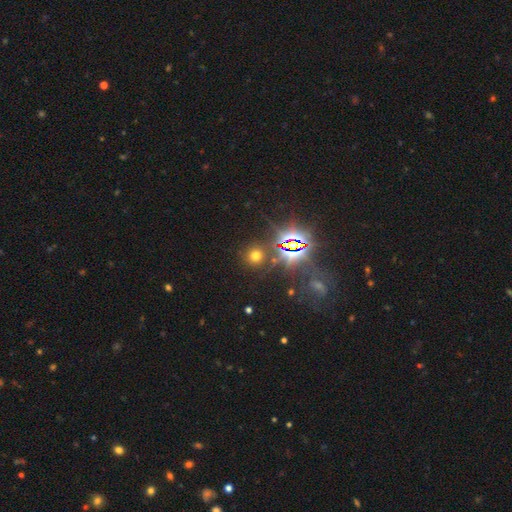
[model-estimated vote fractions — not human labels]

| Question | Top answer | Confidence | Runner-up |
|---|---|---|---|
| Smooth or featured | smooth | 53% | star or artifact (39%) |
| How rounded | round | 90% | in between (9%) |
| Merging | none | 84% | minor disturbance (8%) |